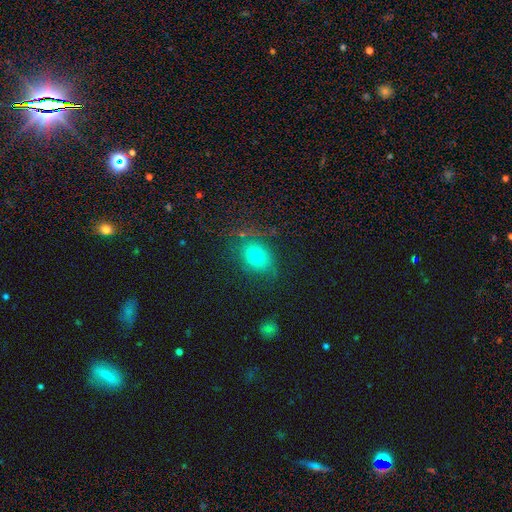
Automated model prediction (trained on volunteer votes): The model was most divided on "how rounded": in between: 58%, round: 41%, cigar-shaped: 2%. More confident: merging — none (73%); smooth or featured — smooth (72%).